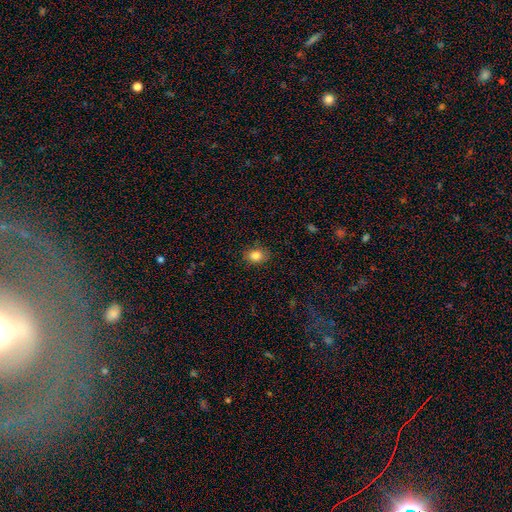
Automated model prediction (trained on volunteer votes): smooth 84%, star or artifact 9%, featured or disk 7%. Down the decision tree: how rounded — in between (62%); merging — none (85%).